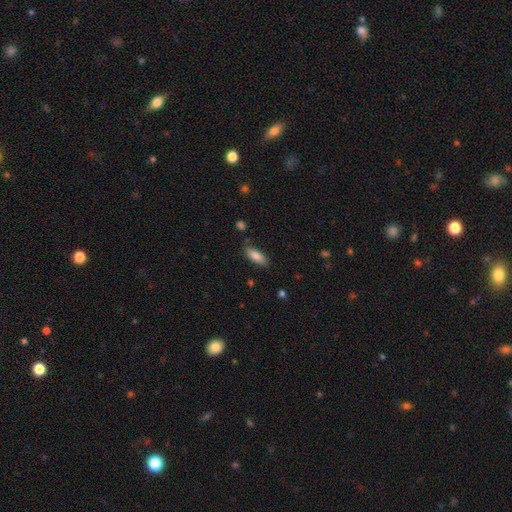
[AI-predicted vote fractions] Morphology: type=smooth (83%); roundness=in between (72%); merging=none (82%).